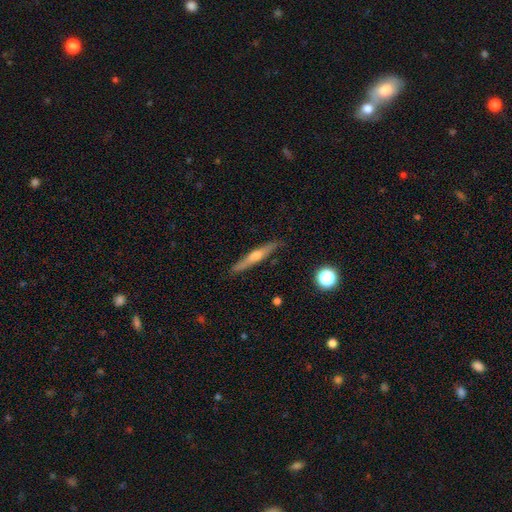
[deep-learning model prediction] Morphology: type=featured or disk (64%); edge-on=yes (96%); edge-on bulge=rounded (84%); merging=none (88%).